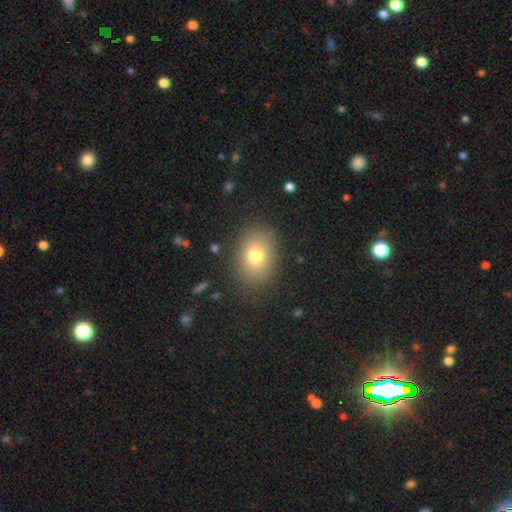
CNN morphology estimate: Smooth or featured? Predicted: smooth (p=0.74). How rounded? Predicted: in between (p=0.62). Merging? Predicted: none (p=0.84).